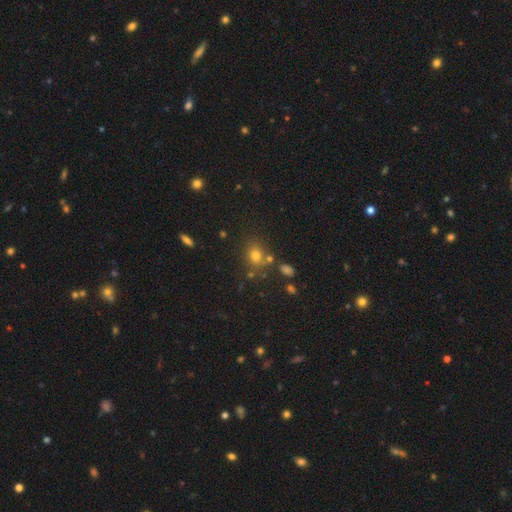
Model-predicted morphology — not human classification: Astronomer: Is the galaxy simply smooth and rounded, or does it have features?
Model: smooth — 70%.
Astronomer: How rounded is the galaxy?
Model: round — 63%.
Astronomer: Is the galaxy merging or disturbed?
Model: none — 68%.